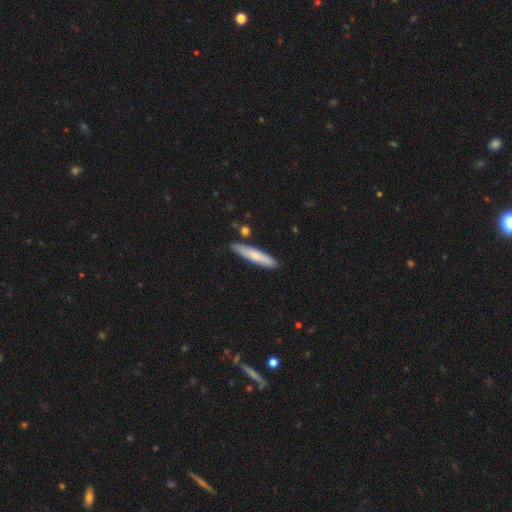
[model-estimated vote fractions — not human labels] This is likely a smooth galaxy (71%). How rounded: clearly cigar-shaped (89%). Merging: clearly none (82%).